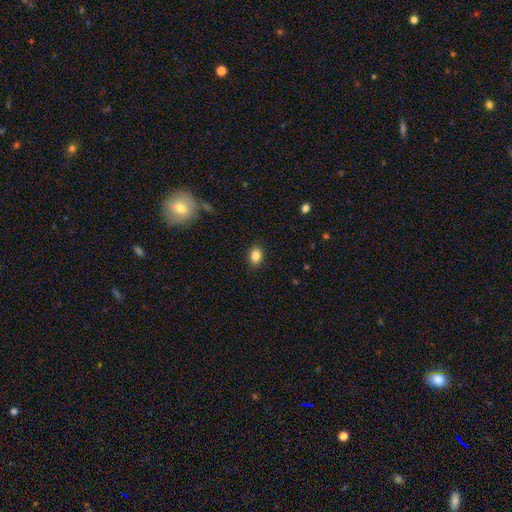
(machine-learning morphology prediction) smooth_or_featured: smooth (p=0.85) [alt: star or artifact p=0.09]
how_rounded: in between (p=0.71) [alt: round p=0.28]
merging: none (p=0.88) [alt: minor disturbance p=0.09]